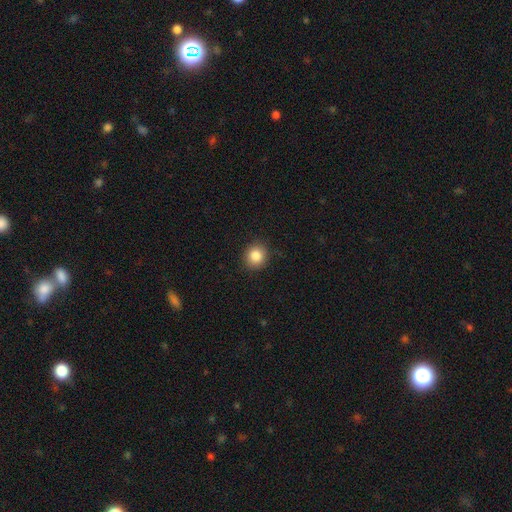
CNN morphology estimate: smooth 85%, star or artifact 10%, featured or disk 5%. Down the decision tree: how rounded — round (84%); merging — none (90%).